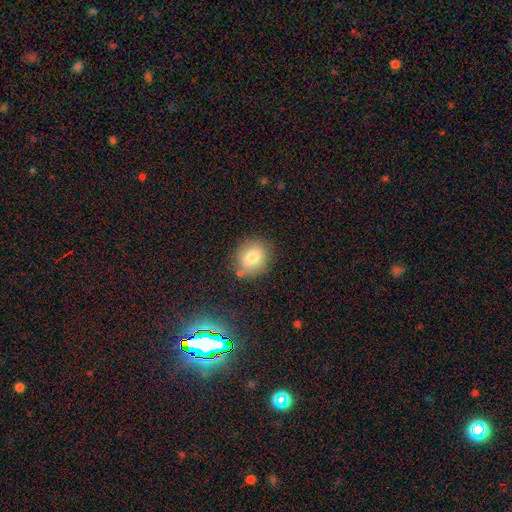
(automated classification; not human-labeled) Smooth or featured? smooth (72%)
How rounded? round (66%)
Merging? none (82%)